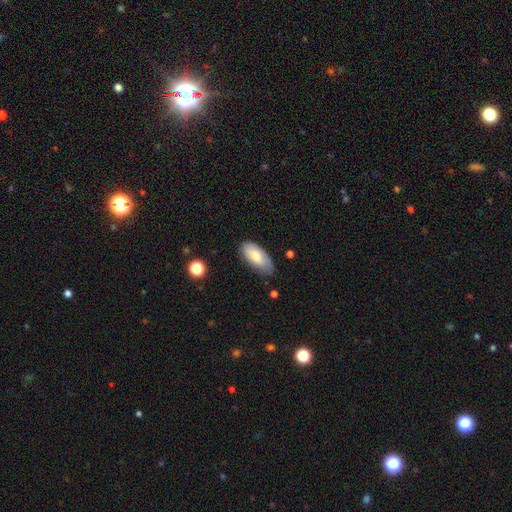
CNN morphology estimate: A smooth galaxy with no disk features (78%) that is in between round and cigar-shaped (91%).

Vote fractions:
- Smooth or featured? smooth: 78% / featured or disk: 16% / star or artifact: 6%
- How rounded? in between: 91% / cigar-shaped: 7% / round: 2%
- Merging? none: 72% / minor disturbance: 23% / major disturbance: 4% / merger: 2%